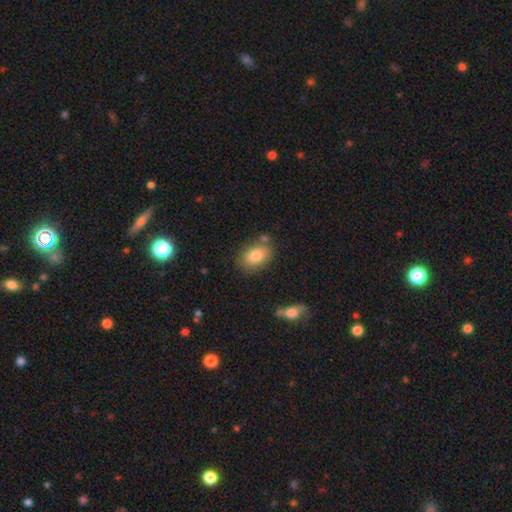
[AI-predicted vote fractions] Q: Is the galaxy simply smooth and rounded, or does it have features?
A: smooth — 81%.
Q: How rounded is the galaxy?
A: in between — 83%.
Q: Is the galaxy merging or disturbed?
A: none — 74%.